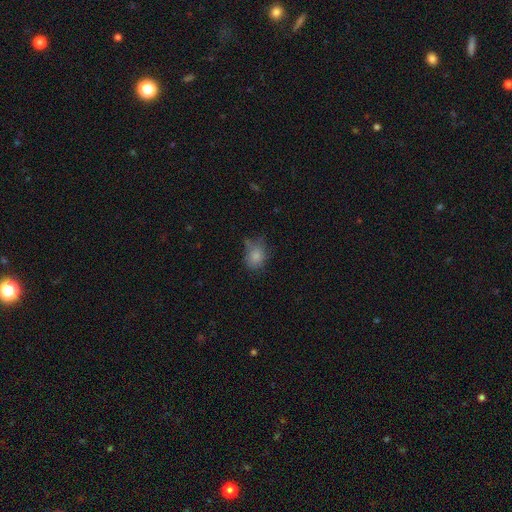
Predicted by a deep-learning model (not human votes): smooth-or-featured: smooth: 82% | star or artifact: 10% | featured or disk: 8%
  how-rounded: in between: 51% | round: 48% | cigar-shaped: 1%
  merging: none: 54% | minor disturbance: 30% | major disturbance: 10% | merger: 6%